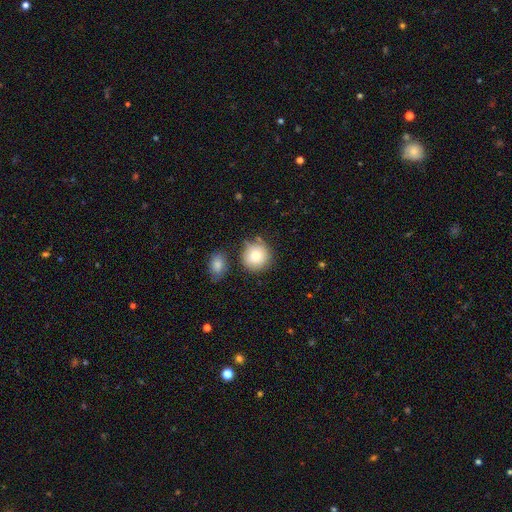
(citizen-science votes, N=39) A smooth galaxy with no disk features (87%) that is round (91%). Merging: none (74%).